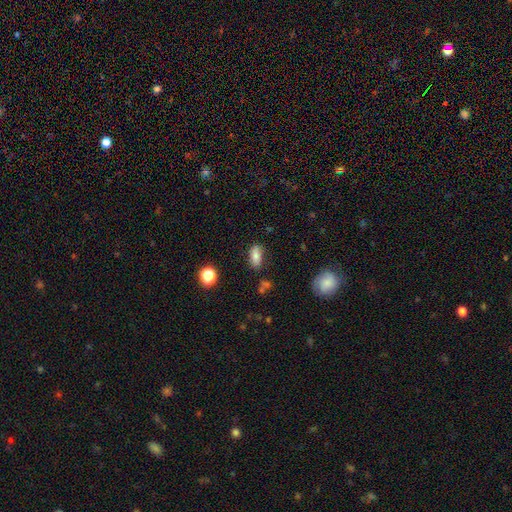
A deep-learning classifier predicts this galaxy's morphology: This appears to be a smooth galaxy with no disk features (76%) that is in between round and cigar-shaped (85%). Merging: none (77%).